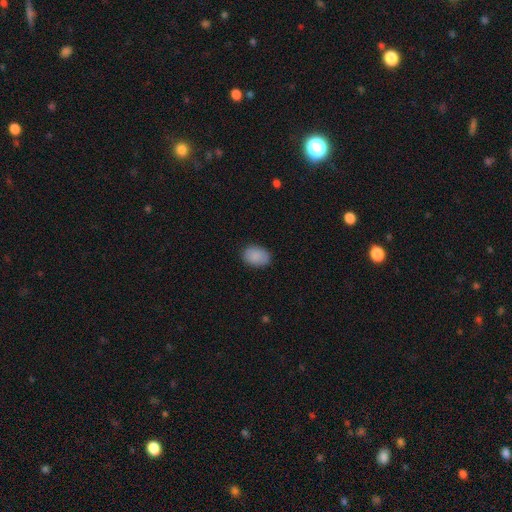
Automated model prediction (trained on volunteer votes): A smooth galaxy with no disk features (89%) that is in between round and cigar-shaped (82%). Merging: none (86%).